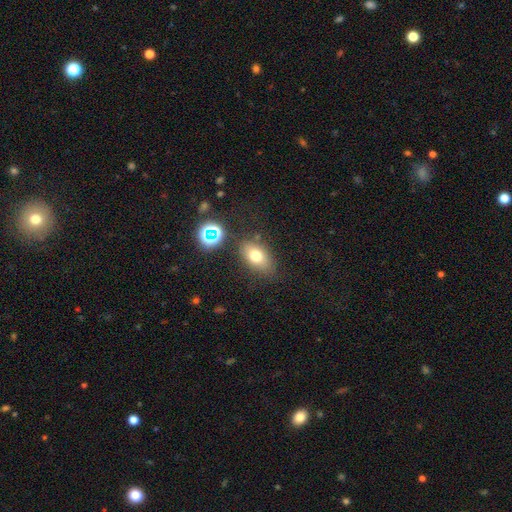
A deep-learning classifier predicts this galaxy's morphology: The model was most divided on "smooth or featured": smooth: 71%, featured or disk: 15%, star or artifact: 14%. More confident: how rounded — in between (82%); merging — none (76%).